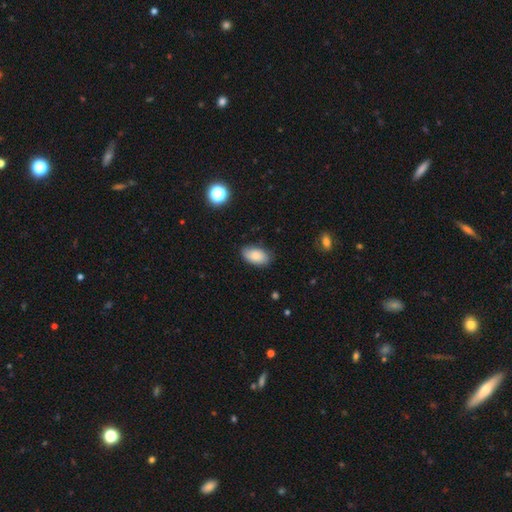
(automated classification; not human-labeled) smooth-or-featured: smooth: 84% | featured or disk: 8% | star or artifact: 7%
  how-rounded: in between: 94% | round: 4% | cigar-shaped: 2%
  merging: none: 81% | minor disturbance: 15% | major disturbance: 3% | merger: 1%